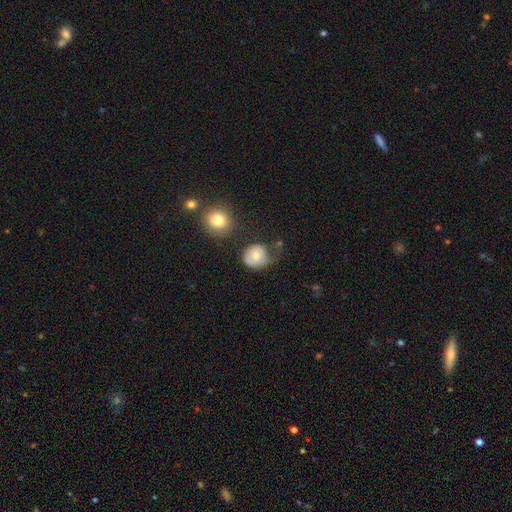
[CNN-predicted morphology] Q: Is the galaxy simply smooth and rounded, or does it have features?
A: smooth — 73%.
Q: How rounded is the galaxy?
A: round — 81%.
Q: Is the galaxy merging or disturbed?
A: none — 51%.